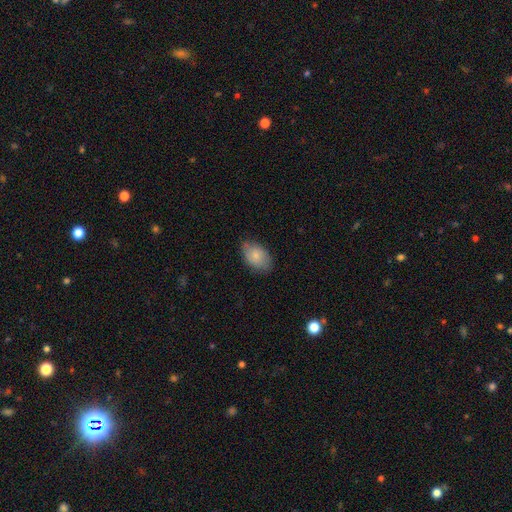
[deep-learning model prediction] Morphology: type=smooth (76%); roundness=in between (90%); merging=none (77%).